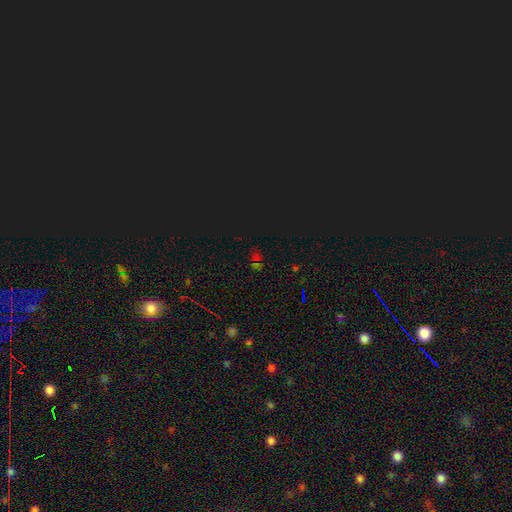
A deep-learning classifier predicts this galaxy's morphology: star or artifact 69%, smooth 24%, featured or disk 7%.